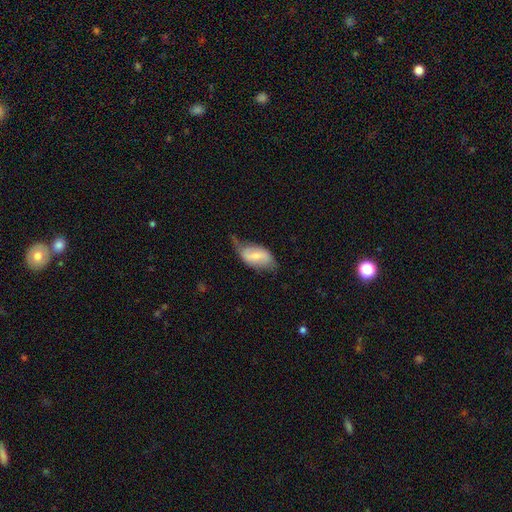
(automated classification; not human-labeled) Smooth or featured?
  - smooth: 54% *
  - featured or disk: 40%
  - star or artifact: 7%
How rounded?
  - in between: 92% *
  - round: 5%
  - cigar-shaped: 3%
Merging?
  - minor disturbance: 40% *
  - none: 31%
  - major disturbance: 26%
  - merger: 3%